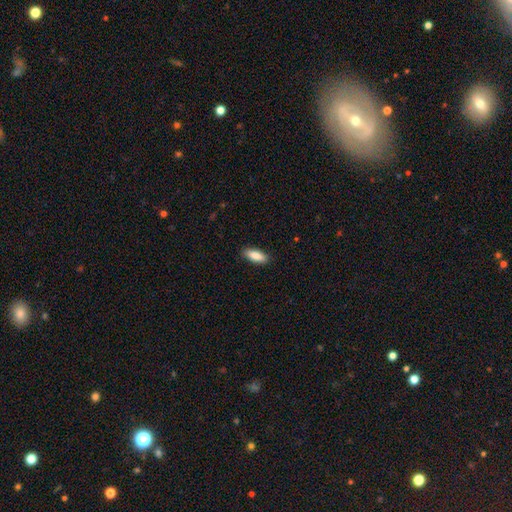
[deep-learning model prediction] Overall: smooth (87%). How rounded: in between (76%). Merging: none (88%).